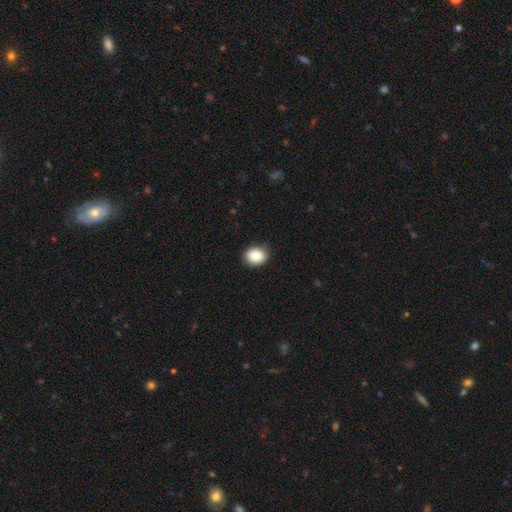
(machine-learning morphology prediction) Overall: smooth (84%). How rounded: round (55%; in between 44%). Merging: none (87%).